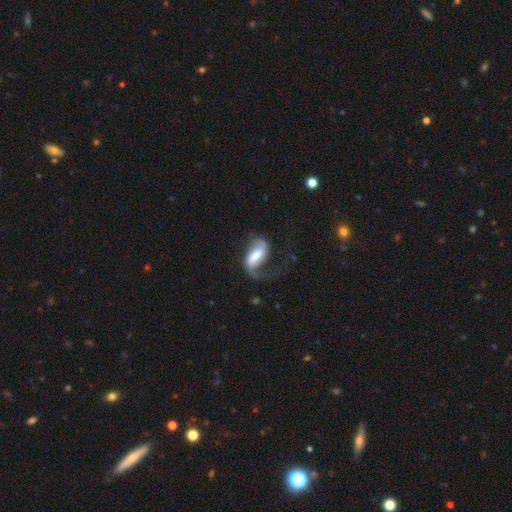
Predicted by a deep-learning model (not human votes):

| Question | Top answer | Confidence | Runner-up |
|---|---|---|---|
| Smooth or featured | featured or disk | 67% | smooth (27%) |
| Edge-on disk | no | 94% | yes (6%) |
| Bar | strong | 47% | weak (36%) |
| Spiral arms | yes | 89% | no (11%) |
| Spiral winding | loose | 63% | medium (28%) |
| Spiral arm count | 2 | 71% | 1 (23%) |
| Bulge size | moderate | 40% | large (25%) |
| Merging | none | 43% | major disturbance (33%) |